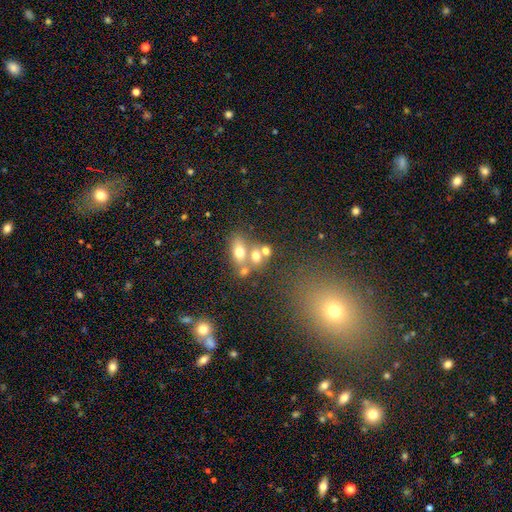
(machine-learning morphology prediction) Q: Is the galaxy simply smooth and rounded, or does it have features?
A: smooth — 49%.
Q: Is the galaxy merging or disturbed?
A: none — 56%.